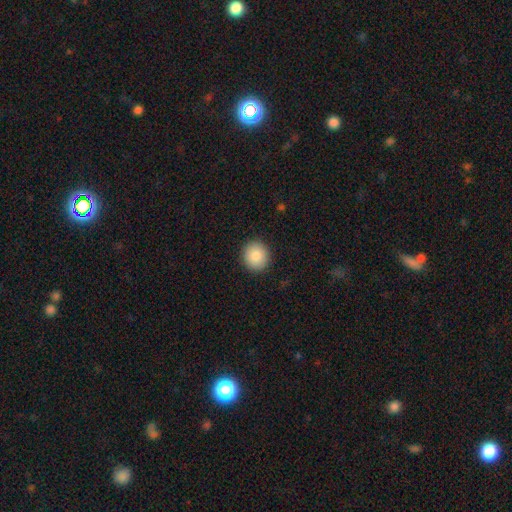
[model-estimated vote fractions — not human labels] The model was most divided on "smooth or featured": smooth: 85%, star or artifact: 8%, featured or disk: 7%. More confident: merging — none (92%); how rounded — round (90%).